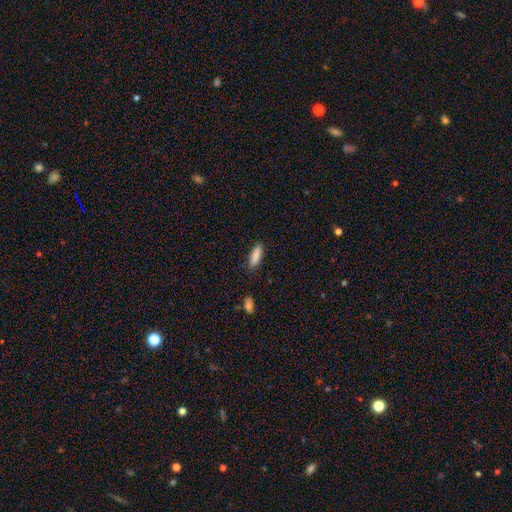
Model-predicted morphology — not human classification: Smooth or featured? smooth (87%)
How rounded? in between (51%)
Merging? none (85%)